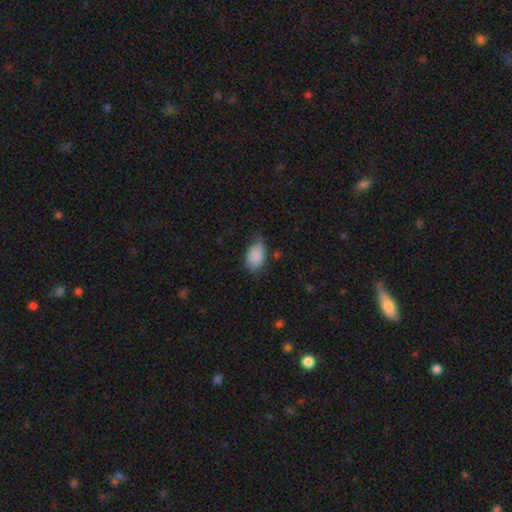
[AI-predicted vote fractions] Morphology: type=smooth (87%); roundness=in between (90%); merging=none (66%).